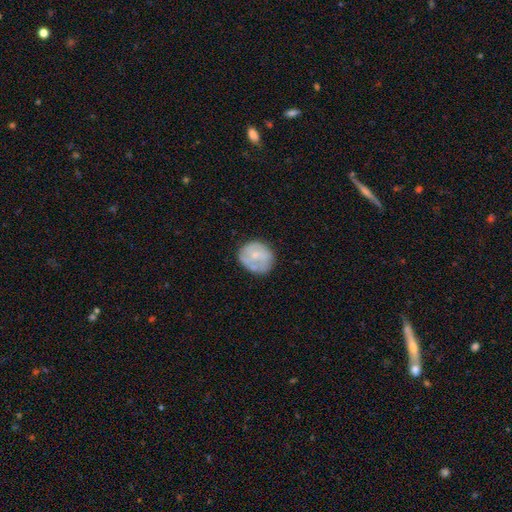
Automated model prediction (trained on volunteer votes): Q: Smooth or featured?
A: smooth (50%); runner-up: featured or disk (43%)
Q: How rounded?
A: round (78%); runner-up: in between (22%)
Q: Merging?
A: none (64%); runner-up: minor disturbance (23%)